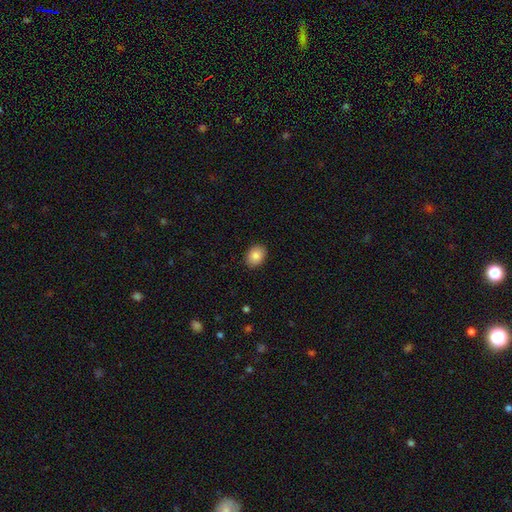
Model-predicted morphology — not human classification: Smooth or featured? Predicted: smooth (p=0.87). How rounded? Predicted: in between (p=0.71). Merging? Predicted: none (p=0.89).